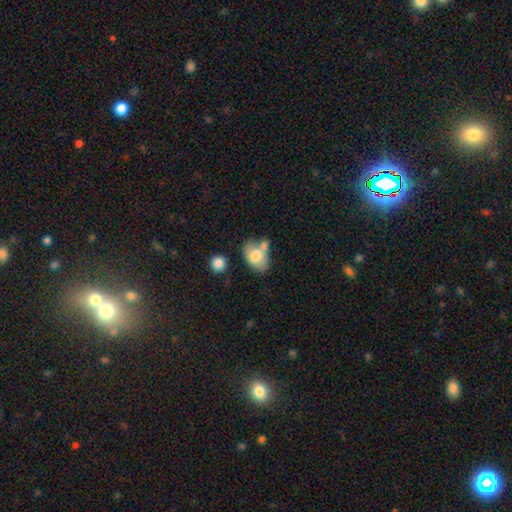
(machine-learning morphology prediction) This appears to be a smooth galaxy with no disk features (70%) that is in between round and cigar-shaped (86%). Merging: none (44%).